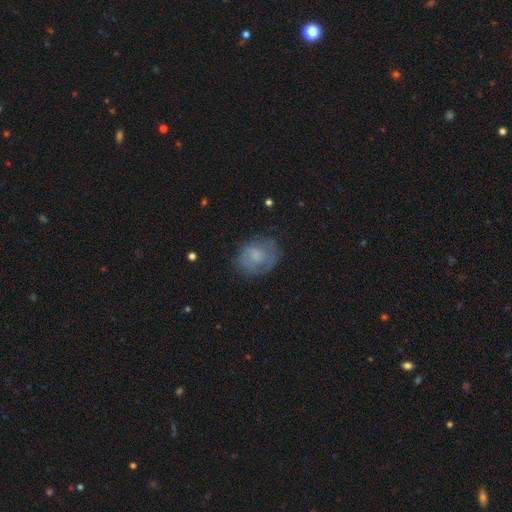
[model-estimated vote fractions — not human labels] A smooth galaxy with no disk features (56%) that is round (56%).

Vote fractions:
- Smooth or featured? smooth: 56% / featured or disk: 35% / star or artifact: 9%
- How rounded? round: 56% / in between: 43% / cigar-shaped: 1%
- Merging? none: 63% / minor disturbance: 24% / major disturbance: 12% / merger: 2%